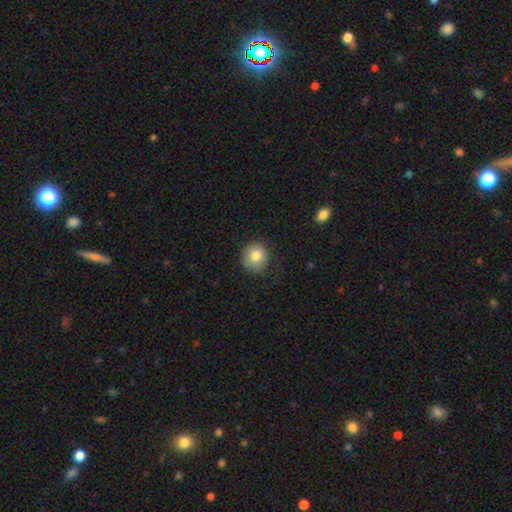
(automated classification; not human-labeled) A smooth galaxy with no disk features (83%) that is round (86%).

Vote fractions:
- Smooth or featured? smooth: 83% / featured or disk: 9% / star or artifact: 8%
- How rounded? round: 86% / in between: 13% / cigar-shaped: 1%
- Merging? none: 79% / minor disturbance: 16% / major disturbance: 4% / merger: 1%